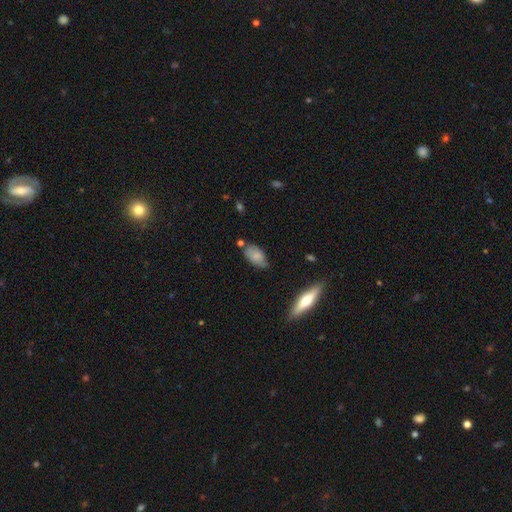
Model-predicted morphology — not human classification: This appears to be a smooth galaxy with no disk features (73%) that is in between round and cigar-shaped (91%). Merging: none (61%).